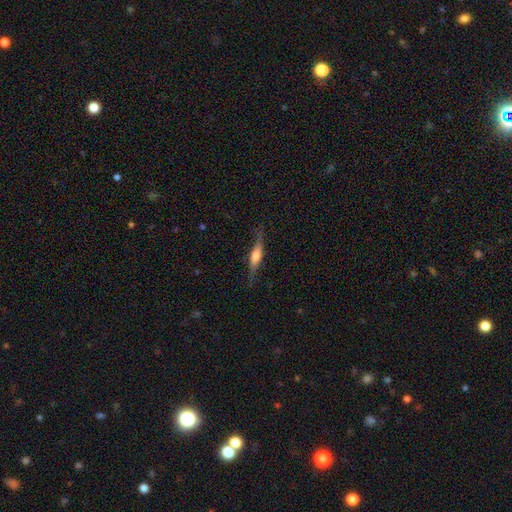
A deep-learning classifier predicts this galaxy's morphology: smooth-or-featured: featured or disk: 61% | smooth: 33% | star or artifact: 6%
  disk-edge-on: yes: 93% | no: 7%
    edge-on-bulge: rounded: 75% | boxy: 20% | none: 5%
  merging: none: 75% | minor disturbance: 17% | major disturbance: 6% | merger: 1%